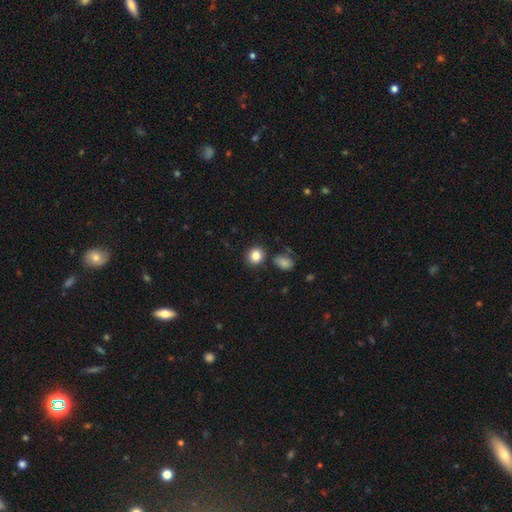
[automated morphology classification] smooth_or_featured: smooth (p=0.84) [alt: star or artifact p=0.10]
how_rounded: round (p=0.81) [alt: in between p=0.18]
merging: none (p=0.82) [alt: minor disturbance p=0.09]